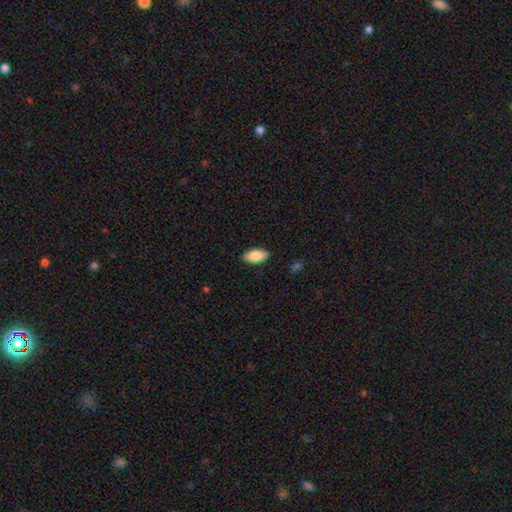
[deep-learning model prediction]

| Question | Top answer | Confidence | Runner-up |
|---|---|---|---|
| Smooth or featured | smooth | 86% | featured or disk (8%) |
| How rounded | in between | 90% | cigar-shaped (8%) |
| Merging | none | 87% | minor disturbance (10%) |